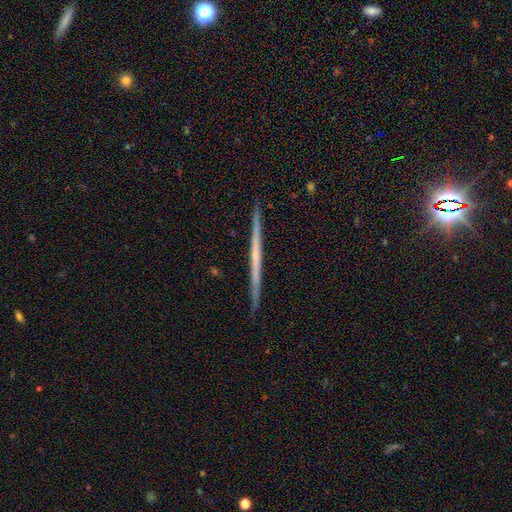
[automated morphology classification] The model was most divided on "smooth or featured": featured or disk: 67%, smooth: 26%, star or artifact: 6%. More confident: edge-on disk — yes (98%); merging — none (92%); edge-on bulge — none (82%).